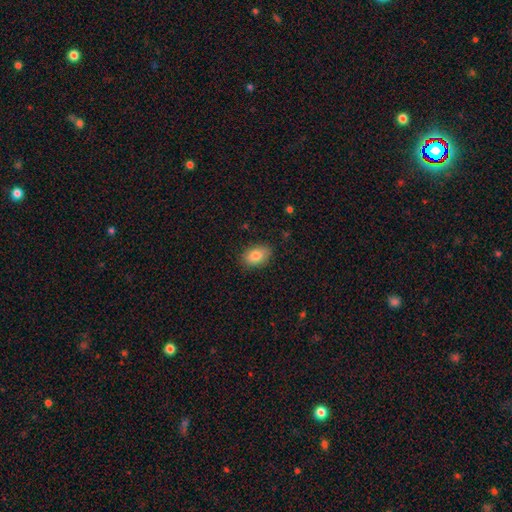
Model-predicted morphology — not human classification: smooth_or_featured: smooth (p=0.83) [alt: featured or disk p=0.09]
how_rounded: in between (p=0.87) [alt: round p=0.12]
merging: none (p=0.85) [alt: minor disturbance p=0.11]